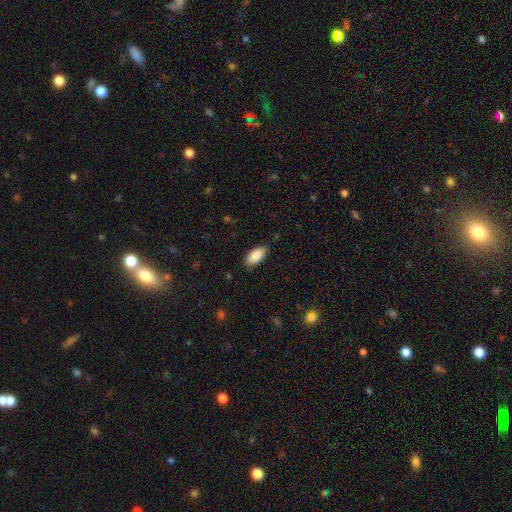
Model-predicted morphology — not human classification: Smooth or featured?
  - smooth: 90% *
  - star or artifact: 6%
  - featured or disk: 4%
How rounded?
  - in between: 92% *
  - cigar-shaped: 6%
  - round: 2%
Merging?
  - none: 84% *
  - minor disturbance: 12%
  - major disturbance: 2%
  - merger: 1%